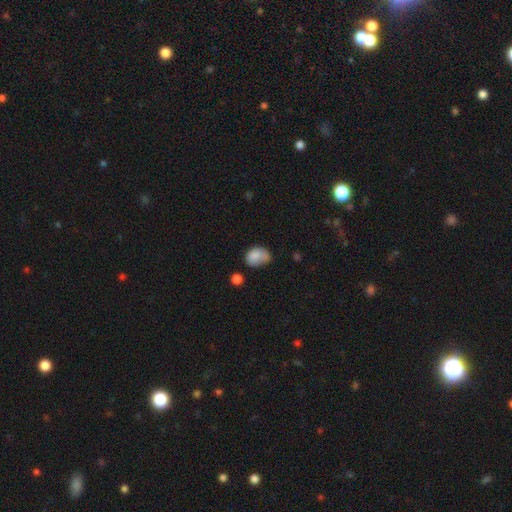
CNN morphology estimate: Overall: smooth (82%). How rounded: in between (72%). Merging: none (41%; minor disturbance 38%).